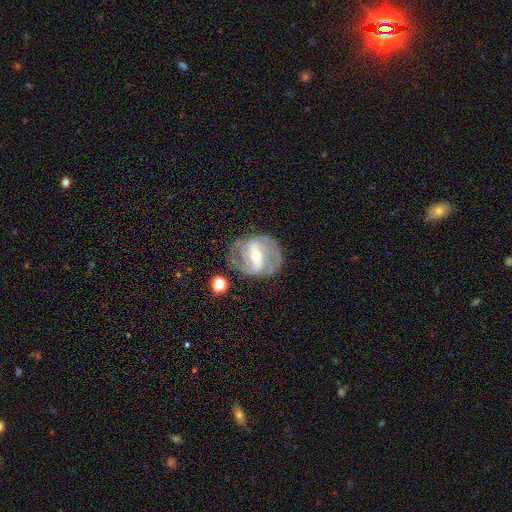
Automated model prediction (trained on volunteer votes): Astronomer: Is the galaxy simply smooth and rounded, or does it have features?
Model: featured or disk — 86%.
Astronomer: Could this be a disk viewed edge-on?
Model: no — 97%.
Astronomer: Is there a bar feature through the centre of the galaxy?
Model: strong — 49% (runner-up: weak, 38%).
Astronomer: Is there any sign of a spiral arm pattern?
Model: yes — 93%.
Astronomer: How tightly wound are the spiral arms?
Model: medium — 46% (runner-up: tight, 35%).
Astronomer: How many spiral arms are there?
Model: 2 — 57%.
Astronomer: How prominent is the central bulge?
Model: moderate — 50% (runner-up: small, 45%).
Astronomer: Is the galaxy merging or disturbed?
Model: none — 73%.